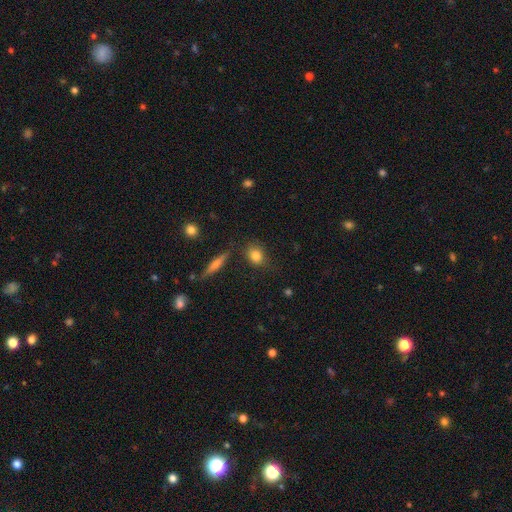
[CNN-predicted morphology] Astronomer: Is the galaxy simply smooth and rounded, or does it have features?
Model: smooth — 81%.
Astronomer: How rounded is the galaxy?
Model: round — 55% (runner-up: in between, 41%).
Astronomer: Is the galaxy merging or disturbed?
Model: none — 78%.